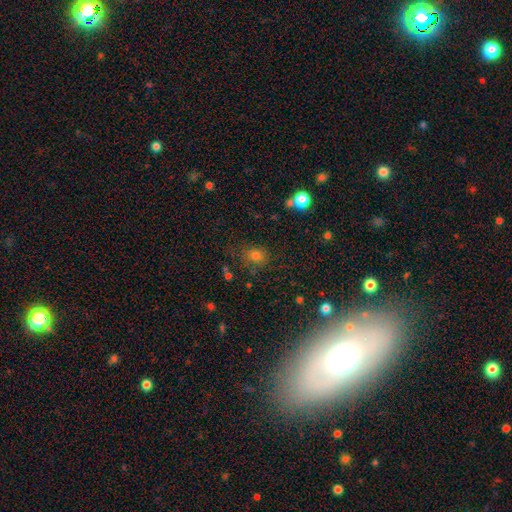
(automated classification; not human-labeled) This is likely a smooth galaxy (69%). How rounded: likely round (77%). Merging: likely none (77%).